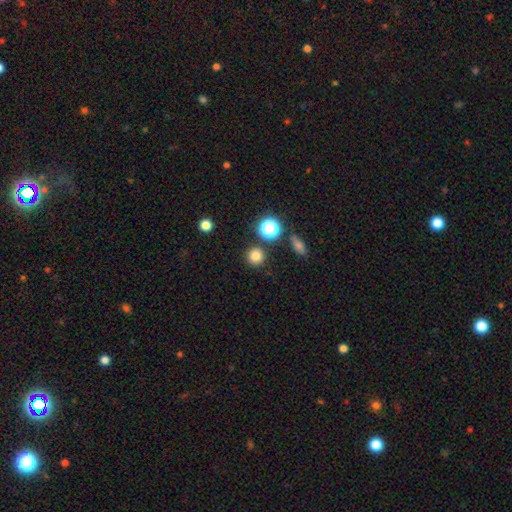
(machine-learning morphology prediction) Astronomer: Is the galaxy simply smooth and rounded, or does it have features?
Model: smooth — 79%.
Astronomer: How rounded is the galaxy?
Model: round — 94%.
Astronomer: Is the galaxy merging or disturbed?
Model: none — 87%.